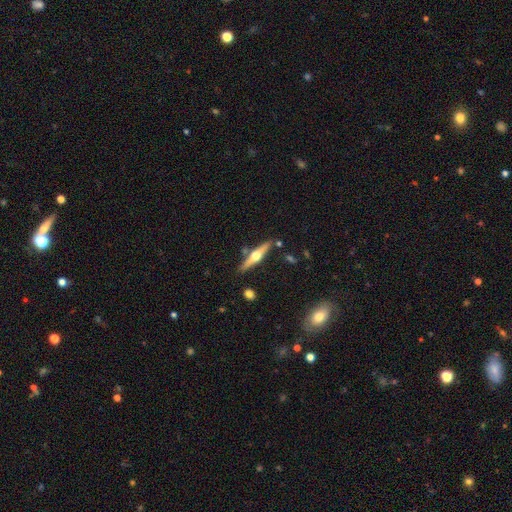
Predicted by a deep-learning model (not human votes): Smooth or featured? featured or disk (73%)
Edge-on disk? yes (97%)
Edge-on bulge? rounded (96%)
Merging? none (83%)